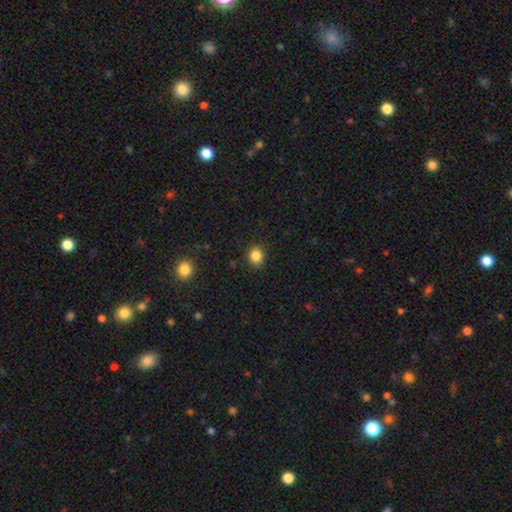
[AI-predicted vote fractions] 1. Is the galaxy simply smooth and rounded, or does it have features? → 85% smooth, 11% star or artifact, 4% featured or disk.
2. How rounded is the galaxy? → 71% round, 28% in between, 1% cigar-shaped.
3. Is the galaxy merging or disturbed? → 88% none, 8% minor disturbance, 2% major disturbance, 1% merger.